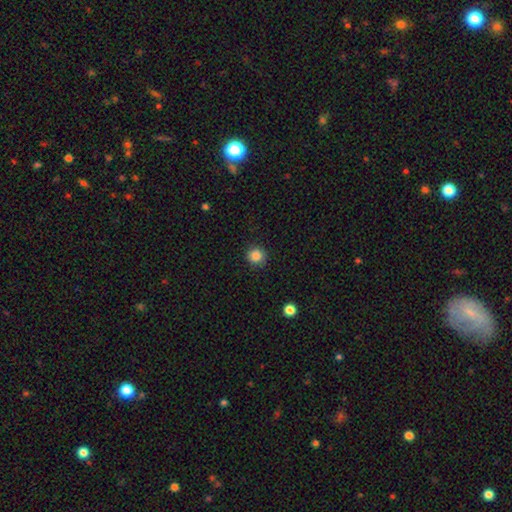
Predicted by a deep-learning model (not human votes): This appears to be a smooth galaxy with no disk features (86%) that is round (93%). Merging: none (90%).